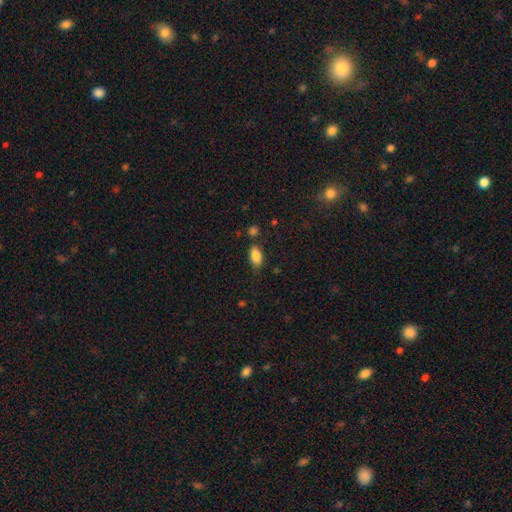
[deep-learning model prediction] smooth 86%, star or artifact 8%, featured or disk 6%. Down the decision tree: how rounded — in between (89%); merging — none (70%).